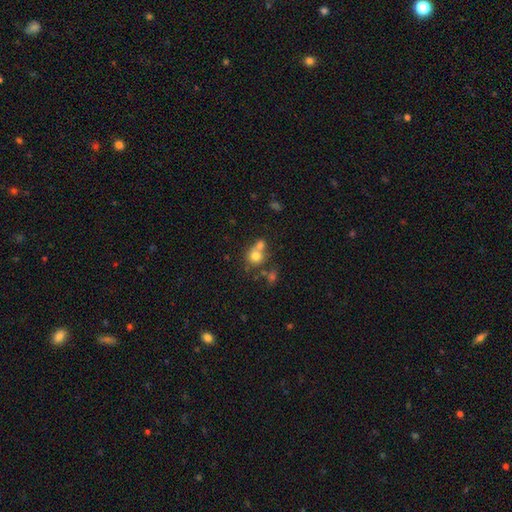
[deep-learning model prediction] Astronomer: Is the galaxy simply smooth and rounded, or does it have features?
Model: smooth — 72%.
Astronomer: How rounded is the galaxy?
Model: round — 82%.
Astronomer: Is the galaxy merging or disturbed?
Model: merger — 49% (runner-up: none, 39%).